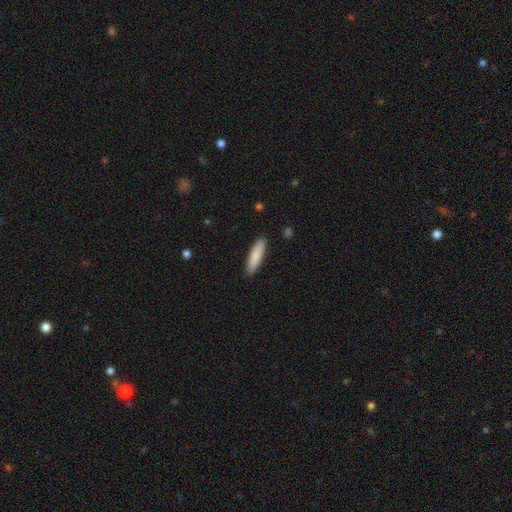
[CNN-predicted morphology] Smooth or featured?
  - smooth: 87% *
  - featured or disk: 7%
  - star or artifact: 5%
How rounded?
  - cigar-shaped: 63% *
  - in between: 36%
  - round: 1%
Merging?
  - none: 89% *
  - minor disturbance: 8%
  - major disturbance: 2%
  - merger: 1%